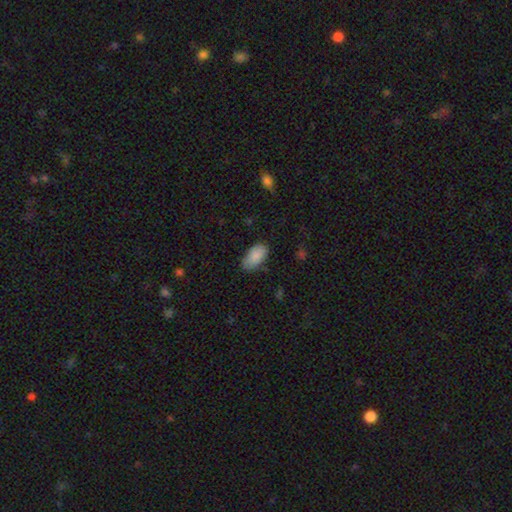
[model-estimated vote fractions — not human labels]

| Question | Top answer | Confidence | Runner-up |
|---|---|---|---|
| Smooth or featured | smooth | 87% | star or artifact (7%) |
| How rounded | in between | 94% | round (3%) |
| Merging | none | 71% | minor disturbance (23%) |